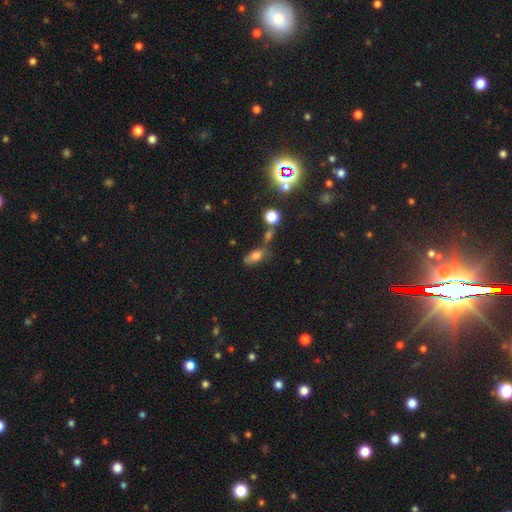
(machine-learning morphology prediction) Smooth or featured? Predicted: smooth (p=0.72). How rounded? Predicted: in between (p=0.82). Merging? Predicted: none (p=0.47).